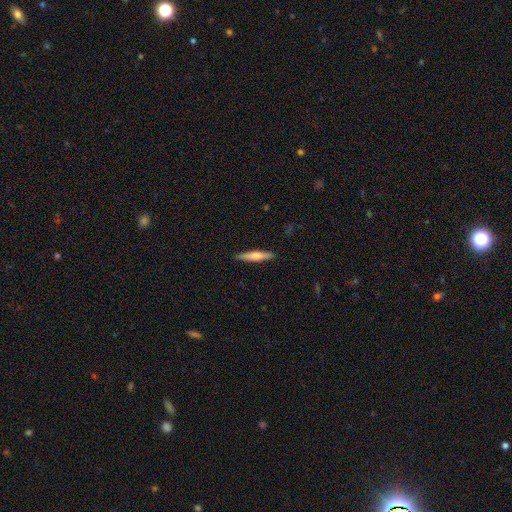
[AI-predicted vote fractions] Overall: smooth (57%; featured or disk 37%). How rounded: cigar-shaped (89%). Merging: none (91%).